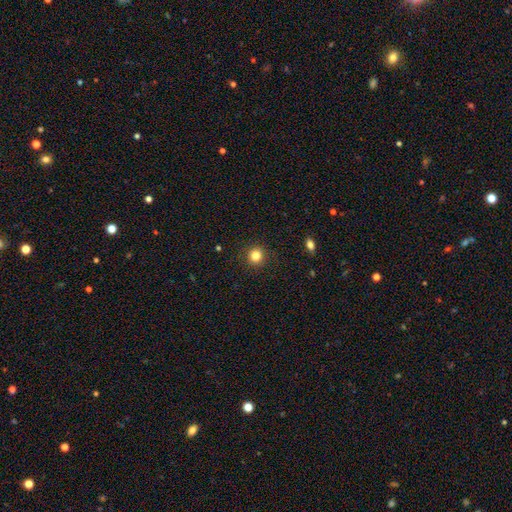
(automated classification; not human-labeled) A smooth galaxy with no disk features (83%) that is round (91%). Merging: none (91%).